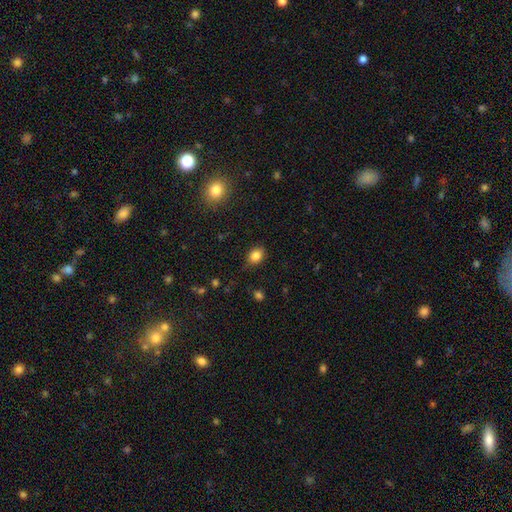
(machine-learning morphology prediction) Q: Smooth or featured?
A: smooth (83%); runner-up: star or artifact (11%)
Q: How rounded?
A: in between (57%); runner-up: round (41%)
Q: Merging?
A: none (78%); runner-up: minor disturbance (17%)